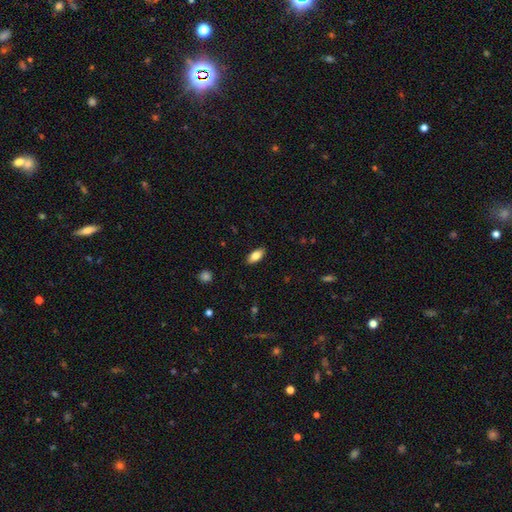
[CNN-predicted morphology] smooth_or_featured: smooth (p=0.79) [alt: featured or disk p=0.14]
how_rounded: in between (p=0.87) [alt: cigar-shaped p=0.10]
merging: none (p=0.88) [alt: minor disturbance p=0.09]